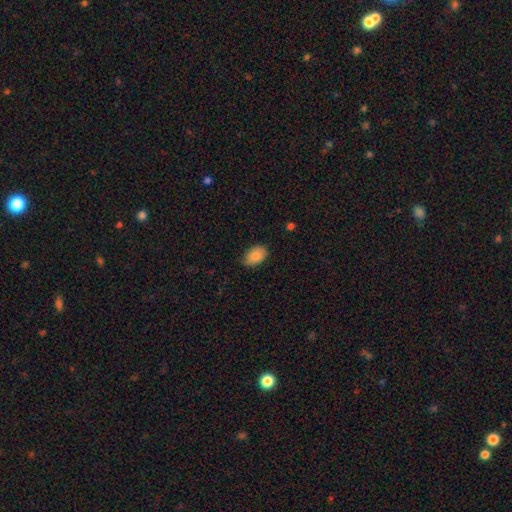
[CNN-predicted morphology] Smooth or featured? smooth (86%)
How rounded? in between (89%)
Merging? none (80%)